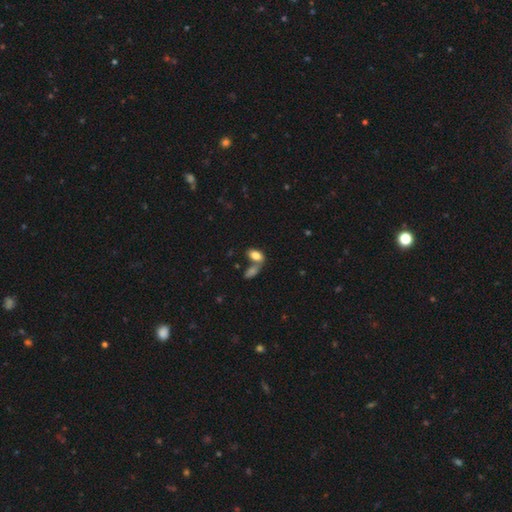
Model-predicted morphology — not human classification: A smooth galaxy with no disk features (81%) that is in between round and cigar-shaped (90%).

Vote fractions:
- Smooth or featured? smooth: 81% / featured or disk: 10% / star or artifact: 9%
- How rounded? in between: 90% / round: 6% / cigar-shaped: 4%
- Merging? merger: 44% / none: 41% / minor disturbance: 10% / major disturbance: 4%